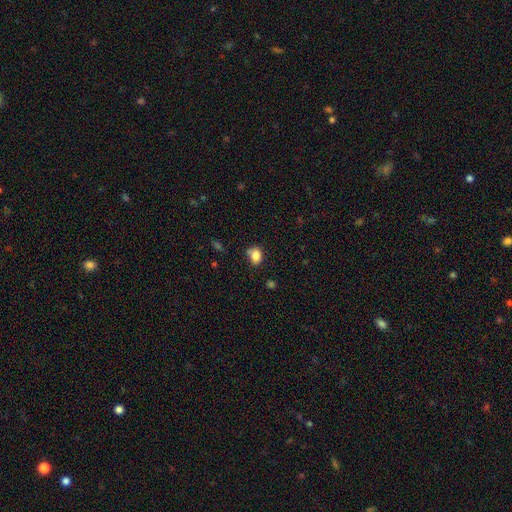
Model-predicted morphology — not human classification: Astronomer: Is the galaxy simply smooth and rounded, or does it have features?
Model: smooth — 83%.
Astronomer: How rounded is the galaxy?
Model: in between — 55% (runner-up: round, 44%).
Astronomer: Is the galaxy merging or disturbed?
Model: none — 61%.